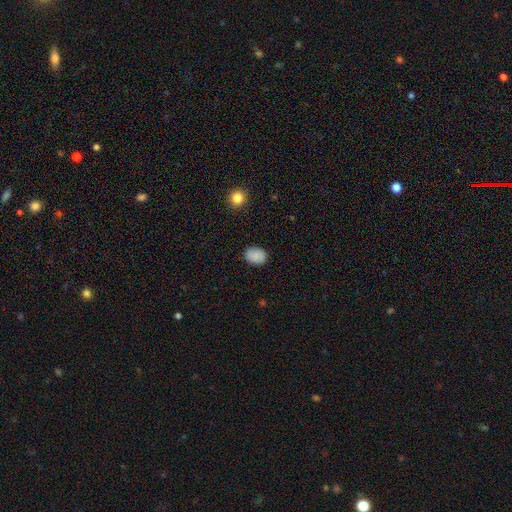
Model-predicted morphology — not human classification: smooth 88%, star or artifact 8%, featured or disk 3%. Down the decision tree: how rounded — in between (63%); merging — none (87%).